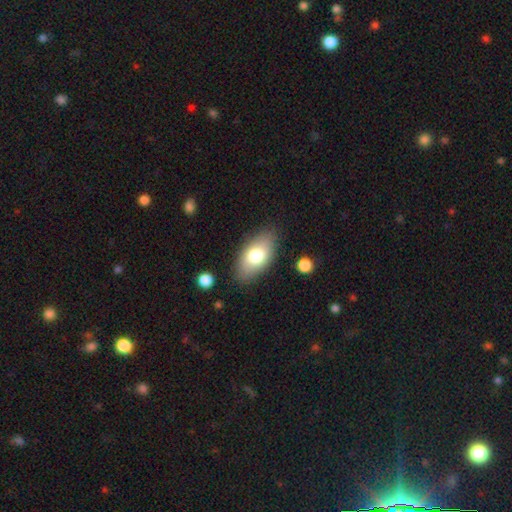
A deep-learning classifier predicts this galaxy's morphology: type=smooth (75%); roundness=in between (93%); merging=none (83%).